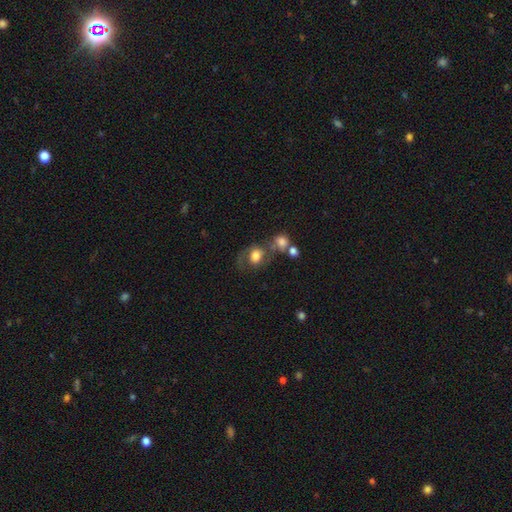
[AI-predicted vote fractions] Morphology: type=smooth (64%); roundness=round (53%); merging=none (42%).